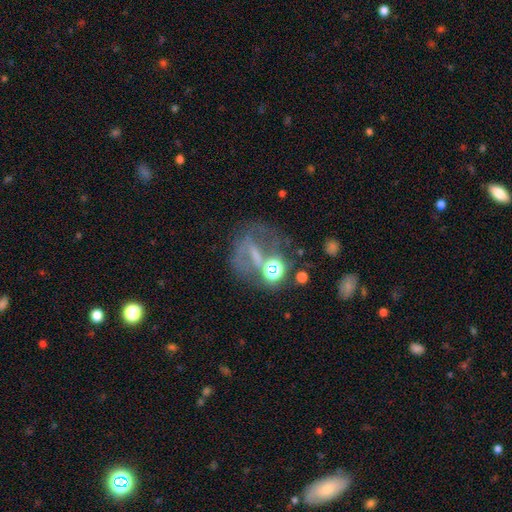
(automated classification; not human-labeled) Q: Smooth or featured?
A: featured or disk (38%); runner-up: star or artifact (33%)
Q: Merging?
A: none (42%); runner-up: major disturbance (27%)